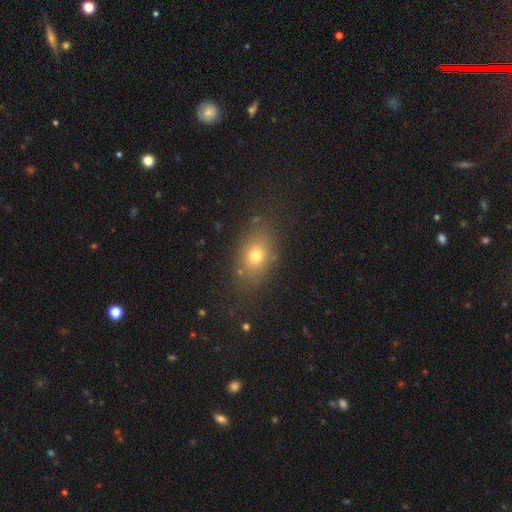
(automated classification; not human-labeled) smooth-or-featured: smooth: 72% | featured or disk: 14% | star or artifact: 14%
  how-rounded: in between: 73% | round: 24% | cigar-shaped: 3%
  merging: none: 79% | minor disturbance: 13% | major disturbance: 6% | merger: 3%